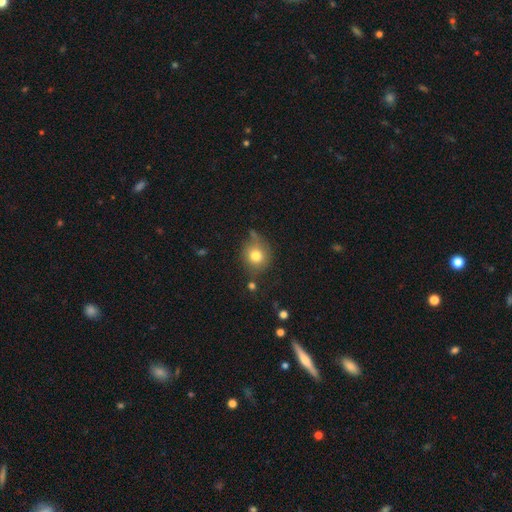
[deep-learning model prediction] A smooth galaxy with no disk features (78%) that is round (82%). Merging: none (66%).